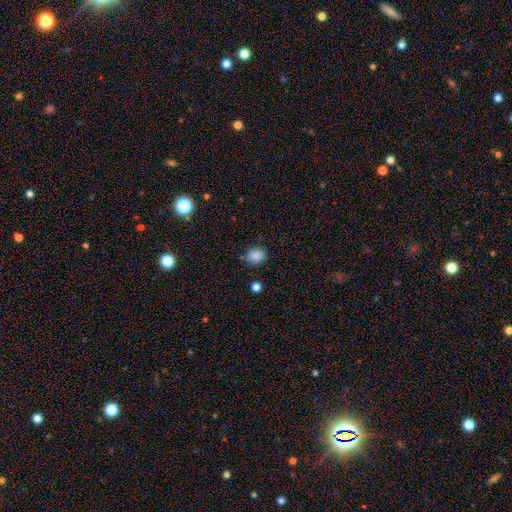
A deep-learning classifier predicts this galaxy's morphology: This is clearly a smooth galaxy (86%). How rounded: likely round (76%). Merging: likely none (77%).